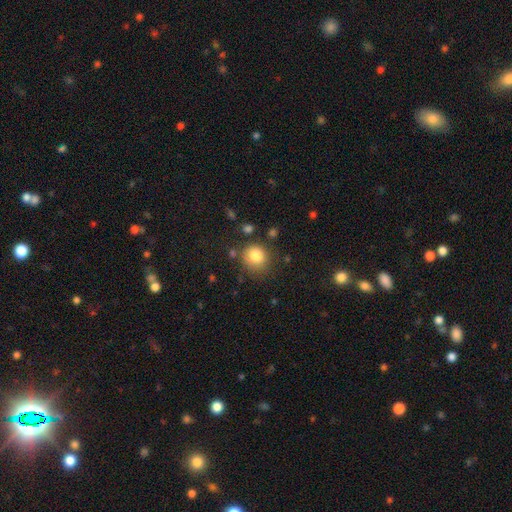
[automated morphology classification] A smooth galaxy with no disk features (82%) that is round (84%). Merging: none (75%).